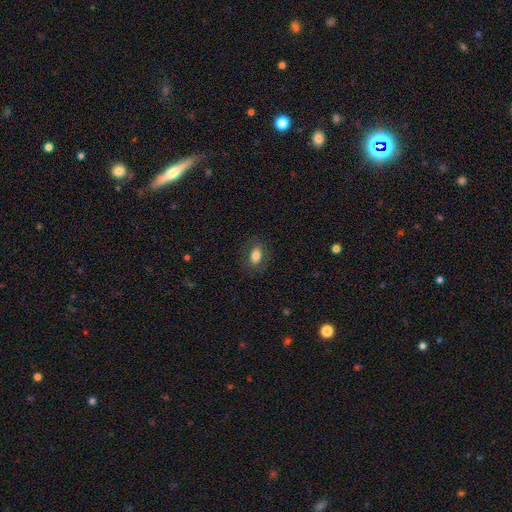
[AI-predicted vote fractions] Smooth or featured: smooth — 78% (featured or disk — 14%)
How rounded: in between — 85% (round — 13%)
Merging: none — 81% (minor disturbance — 12%)